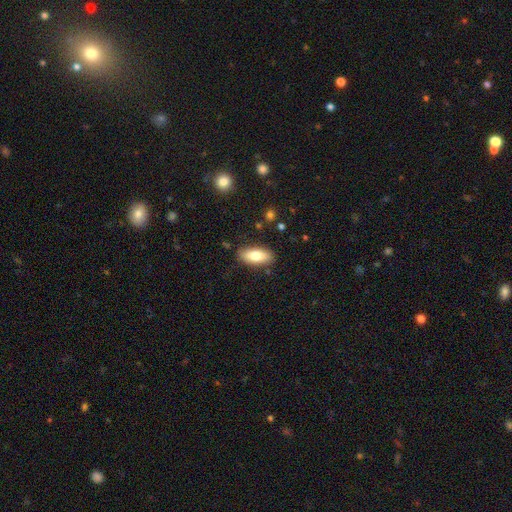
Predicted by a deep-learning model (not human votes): Smooth or featured? smooth (77%)
How rounded? in between (83%)
Merging? none (85%)